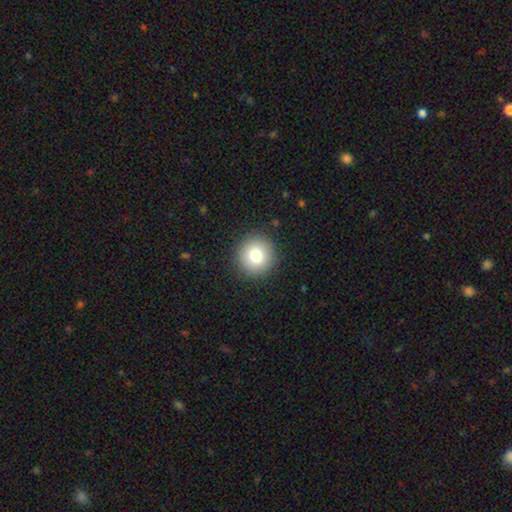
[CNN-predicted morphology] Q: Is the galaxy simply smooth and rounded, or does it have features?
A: smooth — 78%.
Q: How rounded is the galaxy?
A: round — 95%.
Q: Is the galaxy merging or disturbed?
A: none — 91%.